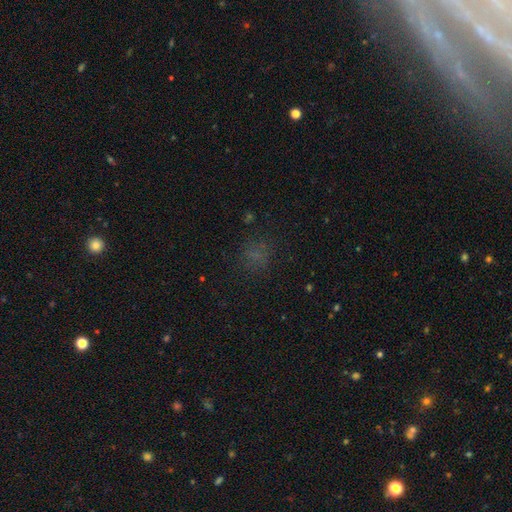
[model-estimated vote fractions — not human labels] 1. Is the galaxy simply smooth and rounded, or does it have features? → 57% smooth, 30% star or artifact, 13% featured or disk.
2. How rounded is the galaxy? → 68% round, 30% in between, 2% cigar-shaped.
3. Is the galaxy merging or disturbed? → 73% none, 14% minor disturbance, 10% major disturbance, 2% merger.